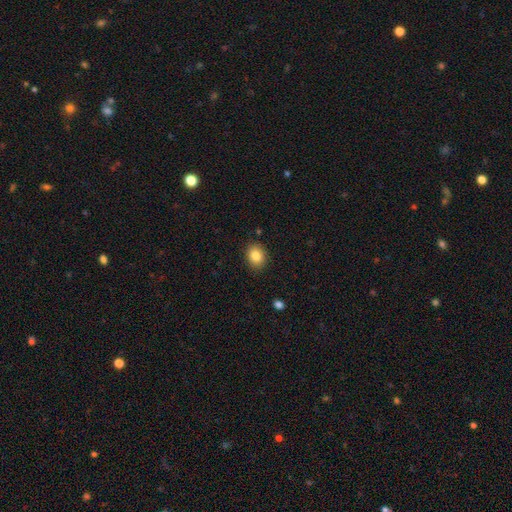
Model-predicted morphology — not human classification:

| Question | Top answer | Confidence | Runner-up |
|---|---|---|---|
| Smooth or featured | smooth | 85% | star or artifact (9%) |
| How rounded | round | 51% | in between (48%) |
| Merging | none | 87% | minor disturbance (9%) |